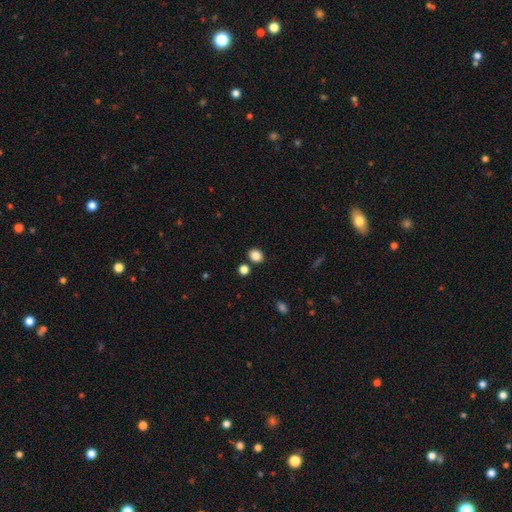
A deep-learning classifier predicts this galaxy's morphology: This is clearly a smooth galaxy (85%). How rounded: possibly round (59%). Merging: clearly none (82%).